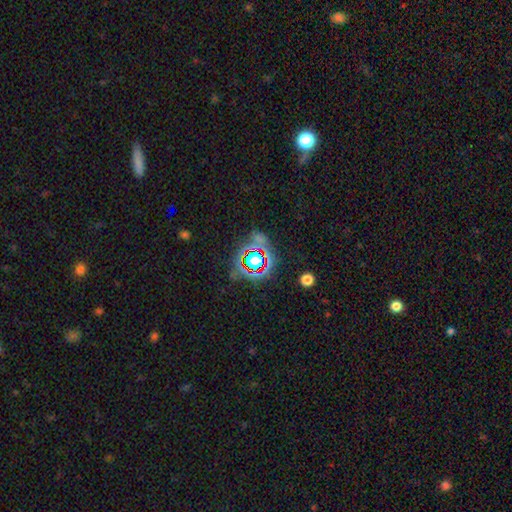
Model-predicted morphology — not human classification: smooth-or-featured: star or artifact: 77% | smooth: 13% | featured or disk: 10%